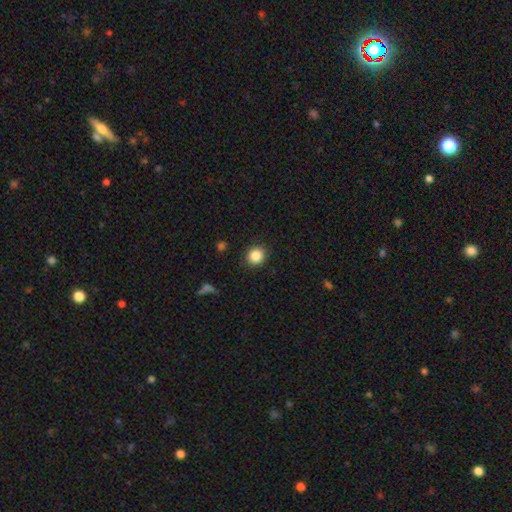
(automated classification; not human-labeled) Smooth or featured?
  - smooth: 86% *
  - star or artifact: 10%
  - featured or disk: 4%
How rounded?
  - round: 83% *
  - in between: 16%
  - cigar-shaped: 1%
Merging?
  - none: 89% *
  - minor disturbance: 8%
  - major disturbance: 2%
  - merger: 1%